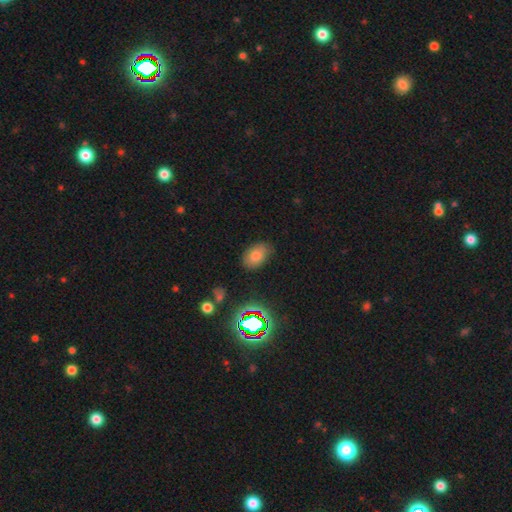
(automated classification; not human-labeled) smooth 76%, star or artifact 14%, featured or disk 10%. Down the decision tree: how rounded — in between (87%); merging — none (79%).